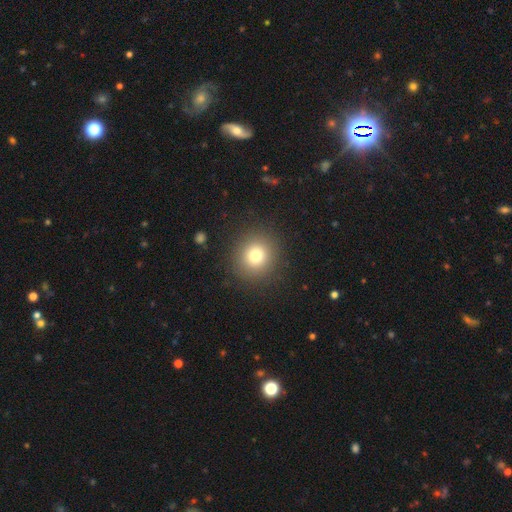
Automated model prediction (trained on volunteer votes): A smooth galaxy with no disk features (78%) that is round (91%). Merging: none (90%).